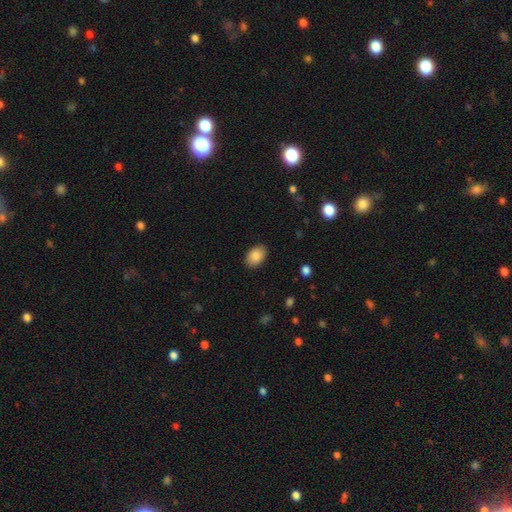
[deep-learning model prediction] Overall: smooth (89%). How rounded: in between (85%). Merging: none (87%).